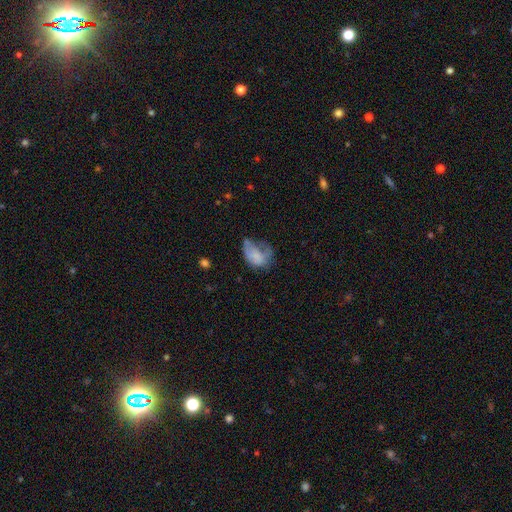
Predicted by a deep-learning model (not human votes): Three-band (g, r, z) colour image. It shows a smooth galaxy with no disk features (61%) that is in between round and cigar-shaped (82%). Merging: major disturbance (46%).